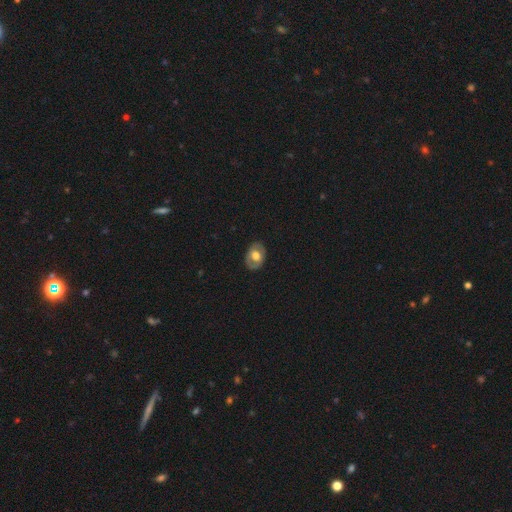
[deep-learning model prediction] This is possibly a smooth galaxy (54%). How rounded: likely in between (75%). Merging: clearly none (83%).